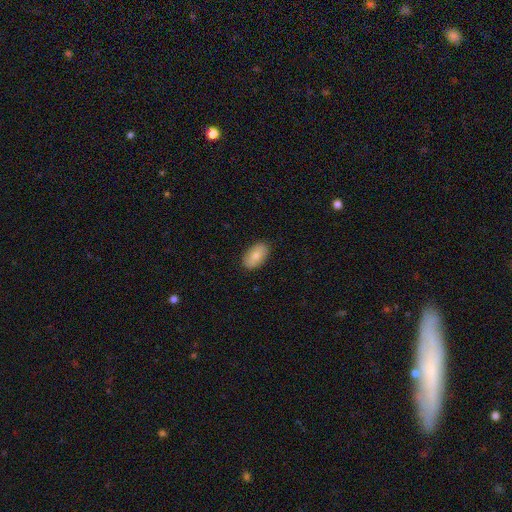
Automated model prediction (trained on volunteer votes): Smooth or featured? smooth (79%)
How rounded? in between (93%)
Merging? none (88%)